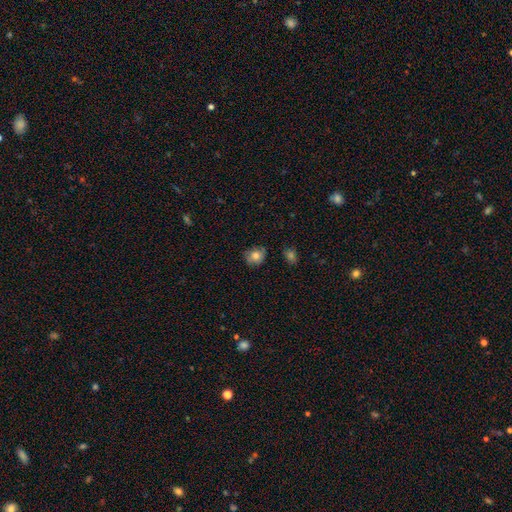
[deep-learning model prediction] smooth-or-featured: smooth: 77% | featured or disk: 14% | star or artifact: 10%
  how-rounded: round: 66% | in between: 33% | cigar-shaped: 1%
  merging: none: 73% | minor disturbance: 21% | major disturbance: 4% | merger: 2%